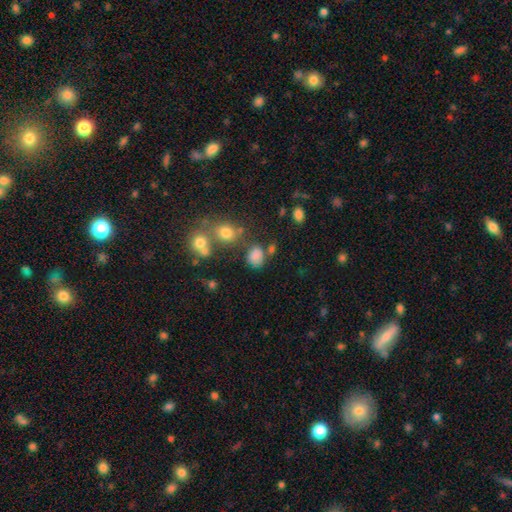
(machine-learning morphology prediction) A smooth galaxy with no disk features (78%) that is round (54%).

Vote fractions:
- Smooth or featured? smooth: 78% / star or artifact: 14% / featured or disk: 8%
- How rounded? round: 54% / in between: 45% / cigar-shaped: 1%
- Merging? none: 59% / minor disturbance: 19% / merger: 14% / major disturbance: 9%